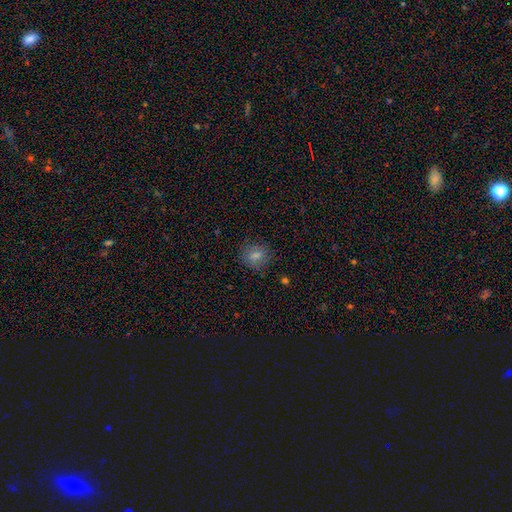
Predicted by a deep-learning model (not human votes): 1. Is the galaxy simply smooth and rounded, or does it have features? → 79% smooth, 11% star or artifact, 10% featured or disk.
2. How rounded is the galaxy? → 62% round, 36% in between, 2% cigar-shaped.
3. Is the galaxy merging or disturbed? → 83% none, 12% minor disturbance, 4% major disturbance, 1% merger.